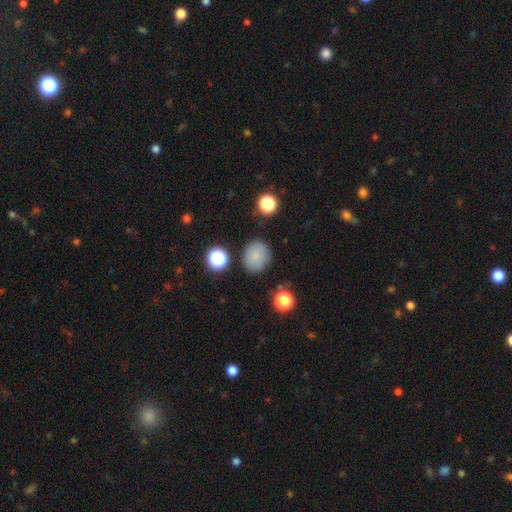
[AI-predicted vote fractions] Morphology: type=smooth (80%); roundness=round (76%); merging=none (81%).